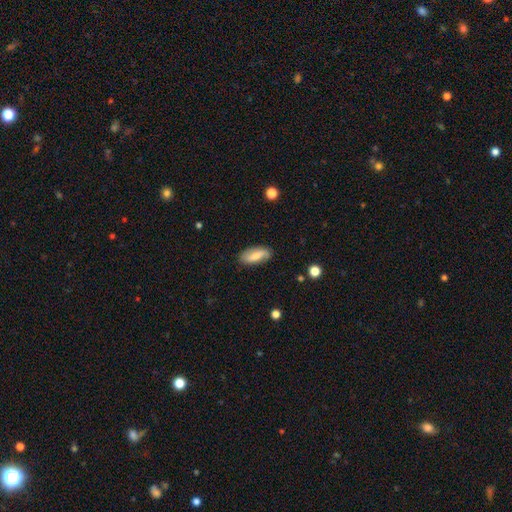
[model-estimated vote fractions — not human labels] Smooth or featured? Predicted: smooth (p=0.56). How rounded? Predicted: in between (p=0.80). Merging? Predicted: none (p=0.82).